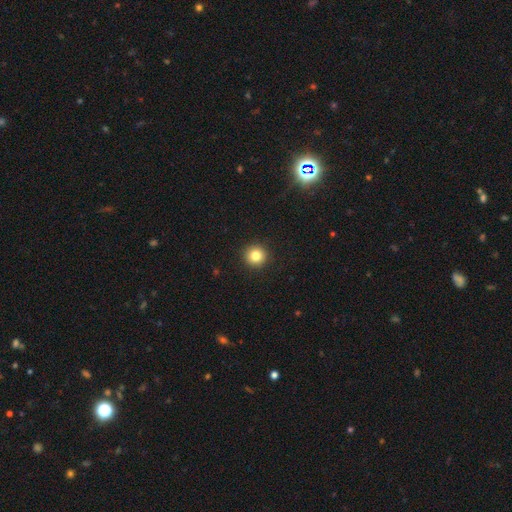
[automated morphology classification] type=smooth (83%); roundness=round (95%); merging=none (93%).